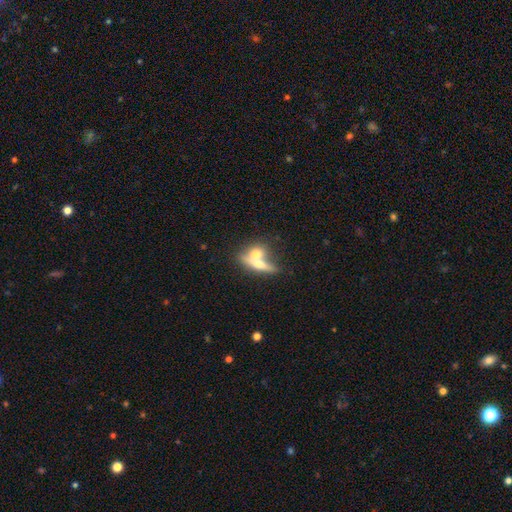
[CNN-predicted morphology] smooth_or_featured: smooth (p=0.54) [alt: featured or disk p=0.38]
how_rounded: in between (p=0.45) [alt: cigar-shaped p=0.31]
merging: merger (p=0.60) [alt: none p=0.27]